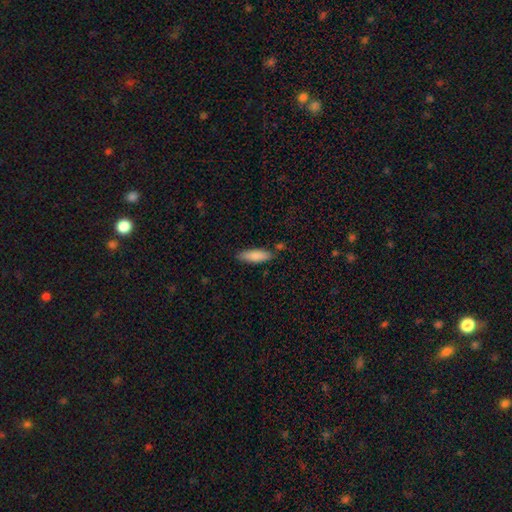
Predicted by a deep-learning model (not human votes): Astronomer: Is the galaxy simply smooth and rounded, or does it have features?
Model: smooth — 85%.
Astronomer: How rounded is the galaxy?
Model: in between — 50% (runner-up: cigar-shaped, 49%).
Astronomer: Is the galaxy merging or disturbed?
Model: none — 79%.